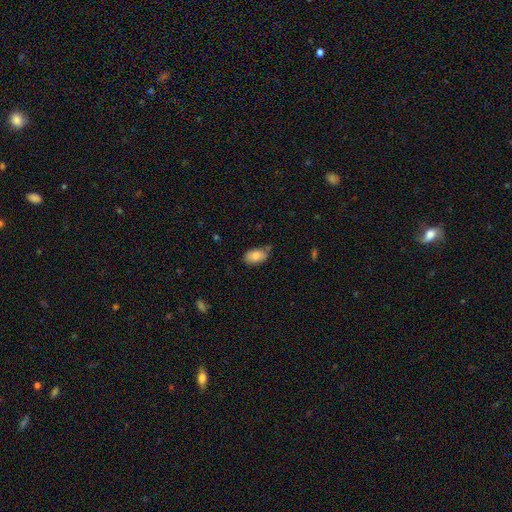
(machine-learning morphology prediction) A smooth galaxy with no disk features (83%) that is in between round and cigar-shaped (92%). Merging: none (70%).